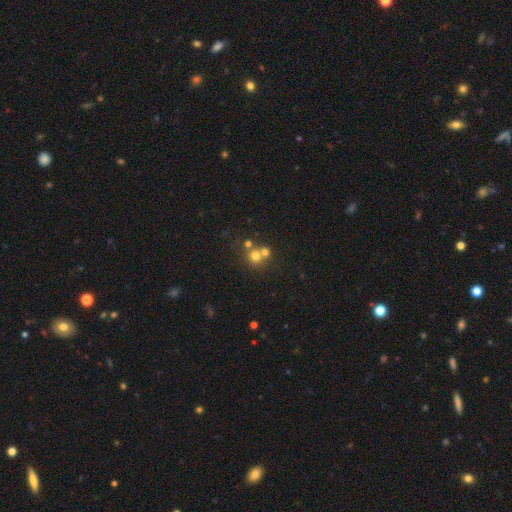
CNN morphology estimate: The model was most divided on "merging": none: 47%, merger: 43%, minor disturbance: 6%, major disturbance: 3%. More confident: how rounded — round (86%); smooth or featured — smooth (68%).